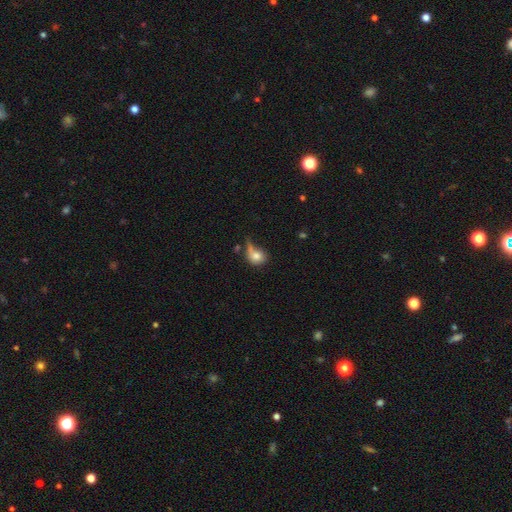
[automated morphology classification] smooth-or-featured: smooth: 75% | featured or disk: 15% | star or artifact: 9%
  how-rounded: round: 66% | in between: 32% | cigar-shaped: 2%
  merging: none: 32% | major disturbance: 27% | minor disturbance: 22% | merger: 19%